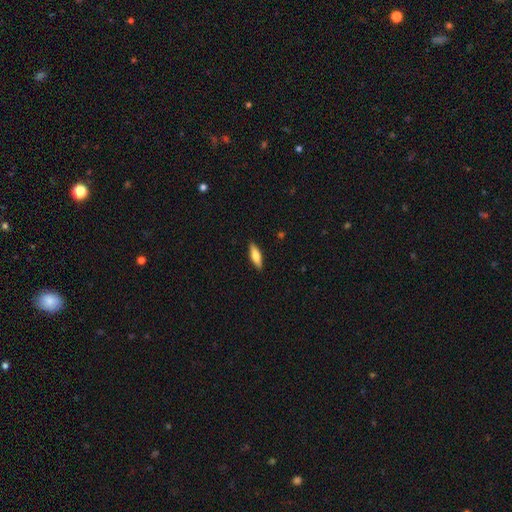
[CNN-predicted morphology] Smooth or featured? smooth (72%)
How rounded? cigar-shaped (50%)
Merging? none (88%)